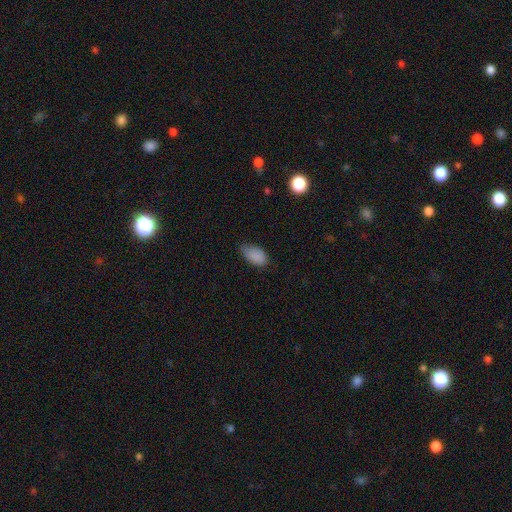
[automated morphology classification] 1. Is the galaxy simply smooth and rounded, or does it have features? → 87% smooth, 9% star or artifact, 5% featured or disk.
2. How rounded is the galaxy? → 93% in between, 4% round, 3% cigar-shaped.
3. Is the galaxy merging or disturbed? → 59% none, 34% minor disturbance, 6% major disturbance, 1% merger.